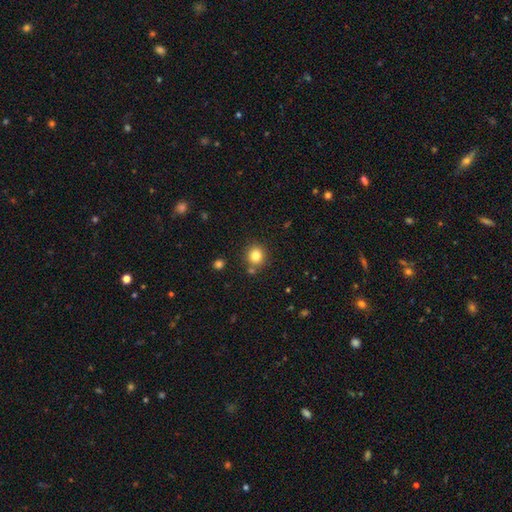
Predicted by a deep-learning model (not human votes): Morphology: type=smooth (81%); roundness=round (89%); merging=none (81%).